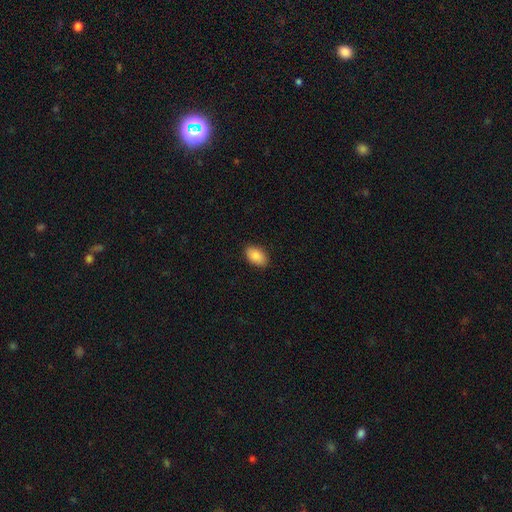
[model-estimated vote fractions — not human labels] This appears to be a smooth galaxy with no disk features (89%) that is in between round and cigar-shaped (93%). Merging: none (88%).